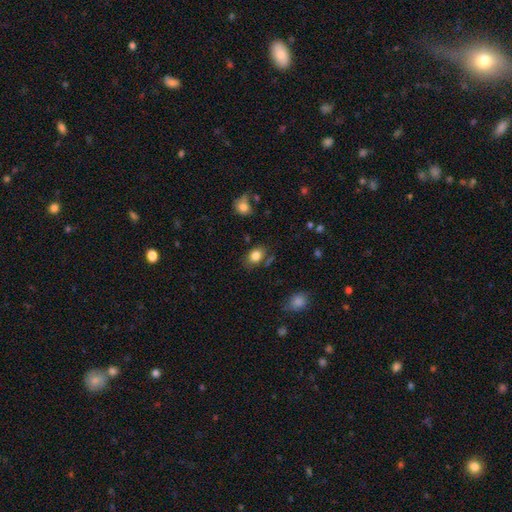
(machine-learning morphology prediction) Q: Smooth or featured?
A: smooth (82%); runner-up: star or artifact (9%)
Q: How rounded?
A: in between (74%); runner-up: round (24%)
Q: Merging?
A: none (75%); runner-up: minor disturbance (17%)